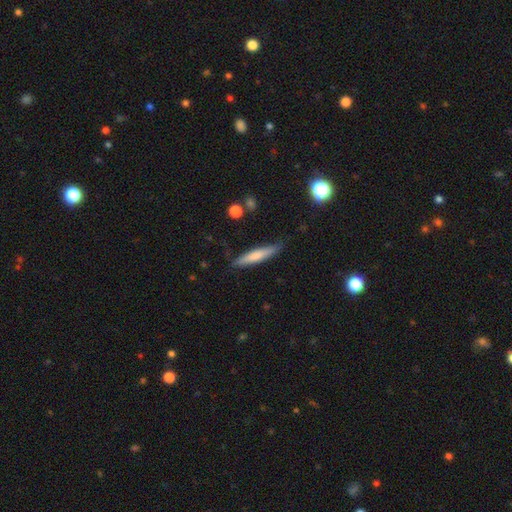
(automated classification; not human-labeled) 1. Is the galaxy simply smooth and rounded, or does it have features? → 69% smooth, 26% featured or disk, 5% star or artifact.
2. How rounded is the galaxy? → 89% cigar-shaped, 10% in between, 1% round.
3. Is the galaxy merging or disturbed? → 81% none, 15% minor disturbance, 3% major disturbance, 2% merger.